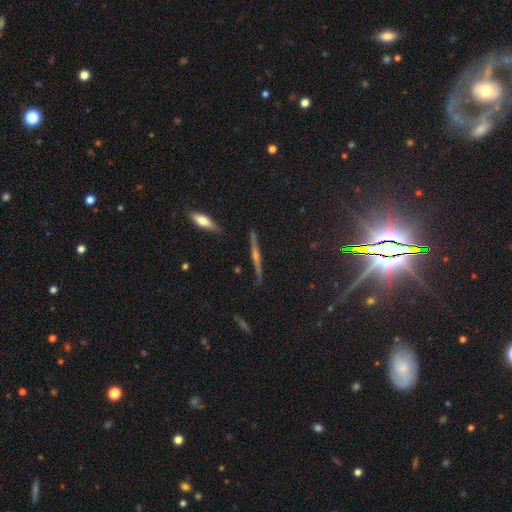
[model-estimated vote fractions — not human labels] This is possibly a featured or disk galaxy (50%). Merging: likely none (80%).